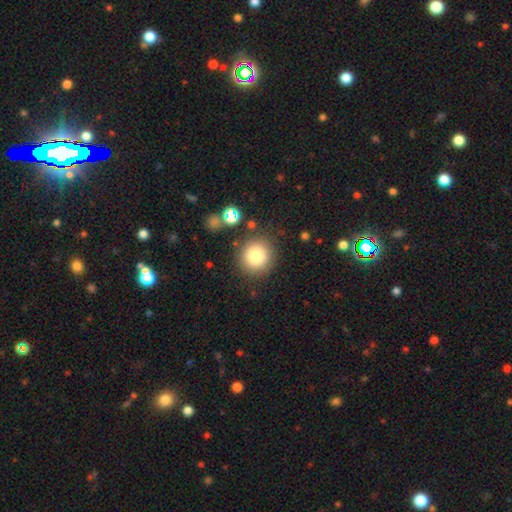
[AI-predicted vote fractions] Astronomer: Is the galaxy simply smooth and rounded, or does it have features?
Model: smooth — 80%.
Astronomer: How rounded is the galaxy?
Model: round — 92%.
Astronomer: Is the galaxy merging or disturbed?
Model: none — 84%.